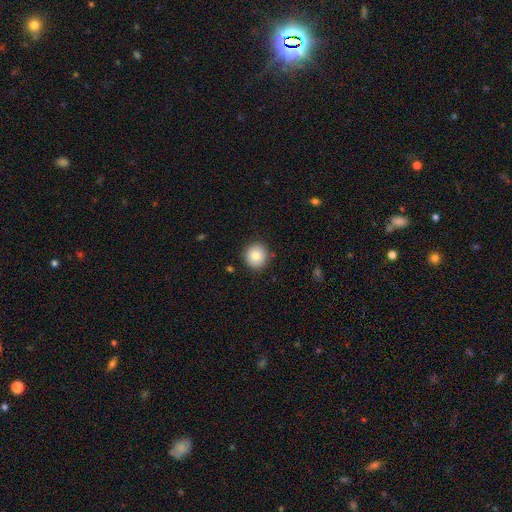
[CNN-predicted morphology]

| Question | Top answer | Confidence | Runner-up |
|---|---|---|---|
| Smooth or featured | smooth | 81% | featured or disk (10%) |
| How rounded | round | 90% | in between (9%) |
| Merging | none | 89% | minor disturbance (7%) |